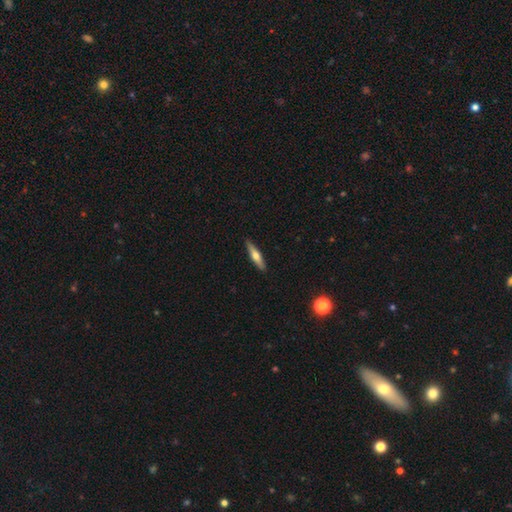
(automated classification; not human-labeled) A smooth galaxy with no disk features (49%).

Vote fractions:
- Smooth or featured? smooth: 49% / featured or disk: 45% / star or artifact: 6%
- Merging? none: 89% / minor disturbance: 8% / major disturbance: 2% / merger: 1%